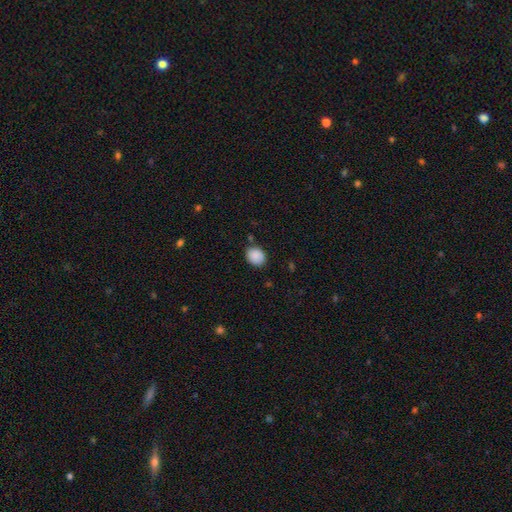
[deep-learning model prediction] smooth-or-featured: smooth: 89% | star or artifact: 8% | featured or disk: 4%
  how-rounded: round: 56% | in between: 44% | cigar-shaped: 1%
  merging: none: 78% | minor disturbance: 15% | merger: 3% | major disturbance: 3%